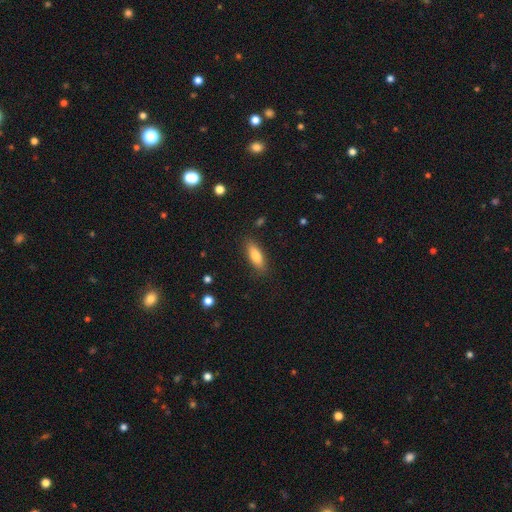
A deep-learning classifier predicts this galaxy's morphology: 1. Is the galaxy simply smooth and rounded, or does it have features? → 79% smooth, 14% featured or disk, 7% star or artifact.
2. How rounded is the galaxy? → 62% in between, 35% cigar-shaped, 2% round.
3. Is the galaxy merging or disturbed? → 86% none, 11% minor disturbance, 3% major disturbance, 1% merger.